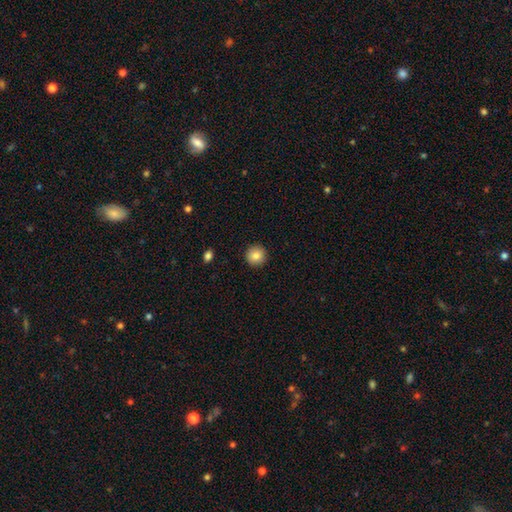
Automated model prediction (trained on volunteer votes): smooth_or_featured: smooth (p=0.85) [alt: star or artifact p=0.09]
how_rounded: round (p=0.94) [alt: in between p=0.05]
merging: none (p=0.92) [alt: minor disturbance p=0.05]